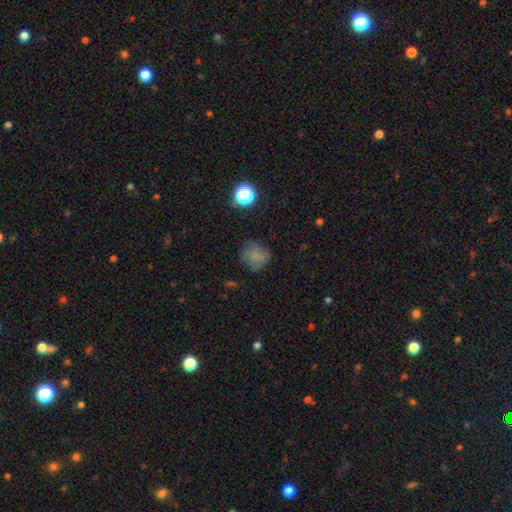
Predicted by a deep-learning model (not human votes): This is likely a smooth galaxy (71%). How rounded: likely round (79%). Merging: likely none (70%).